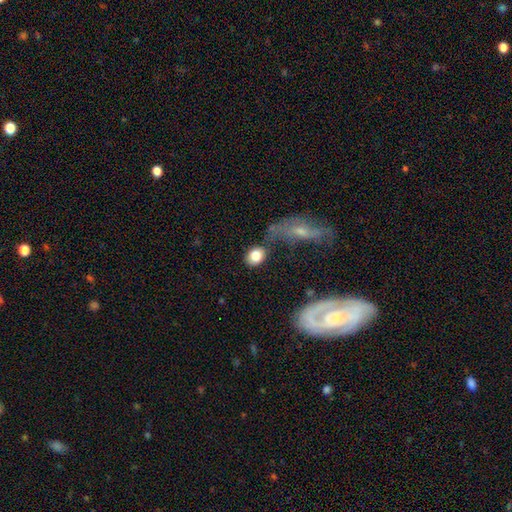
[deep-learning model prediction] smooth-or-featured: smooth: 81% | featured or disk: 11% | star or artifact: 8%
  how-rounded: in between: 54% | round: 44% | cigar-shaped: 2%
  merging: none: 63% | minor disturbance: 16% | merger: 14% | major disturbance: 8%